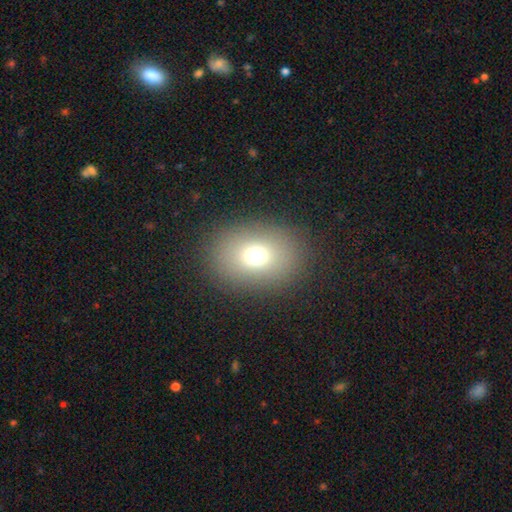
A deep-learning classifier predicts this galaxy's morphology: A smooth galaxy with no disk features (74%) that is in between round and cigar-shaped (70%).

Vote fractions:
- Smooth or featured? smooth: 74% / star or artifact: 13% / featured or disk: 12%
- How rounded? in between: 70% / round: 29% / cigar-shaped: 1%
- Merging? none: 88% / minor disturbance: 7% / major disturbance: 4% / merger: 1%